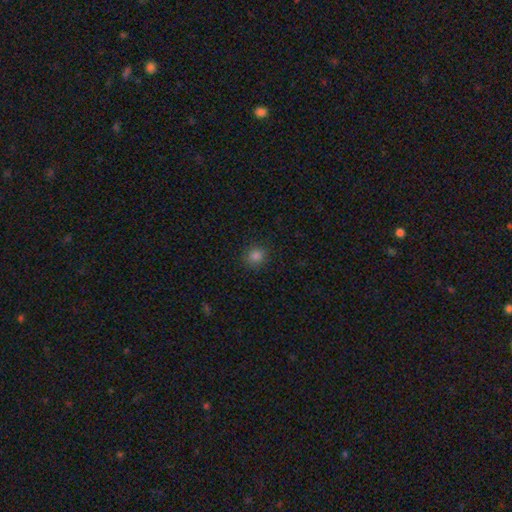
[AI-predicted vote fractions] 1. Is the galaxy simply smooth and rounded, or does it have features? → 82% smooth, 15% star or artifact, 3% featured or disk.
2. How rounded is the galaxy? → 88% round, 11% in between, 1% cigar-shaped.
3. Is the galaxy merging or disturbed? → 90% none, 6% minor disturbance, 2% major disturbance, 1% merger.